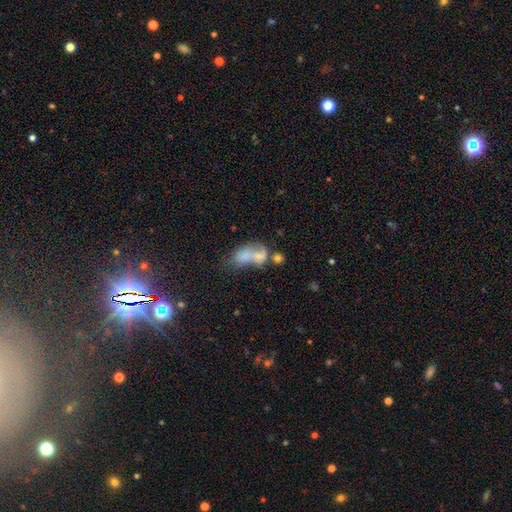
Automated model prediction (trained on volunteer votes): Q: Smooth or featured?
A: smooth (57%); runner-up: featured or disk (29%)
Q: How rounded?
A: in between (80%); runner-up: round (16%)
Q: Merging?
A: merger (58%); runner-up: none (17%)